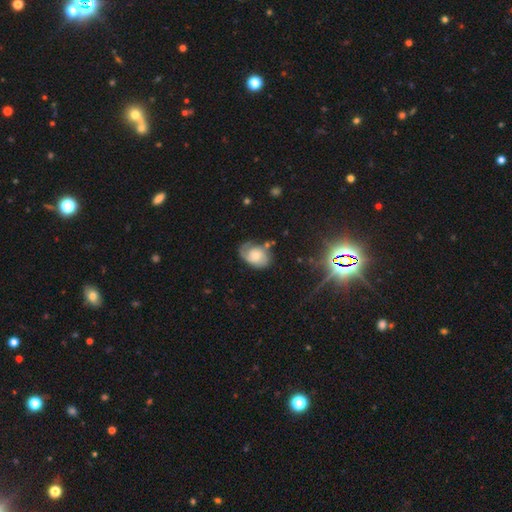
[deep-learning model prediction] Morphology: type=featured or disk (63%); edge-on=no (96%); bar=no (75%); spiral arms=yes (88%); winding=tight (49%); arm count=2 (49%); bulge=small (47%); merging=none (58%).